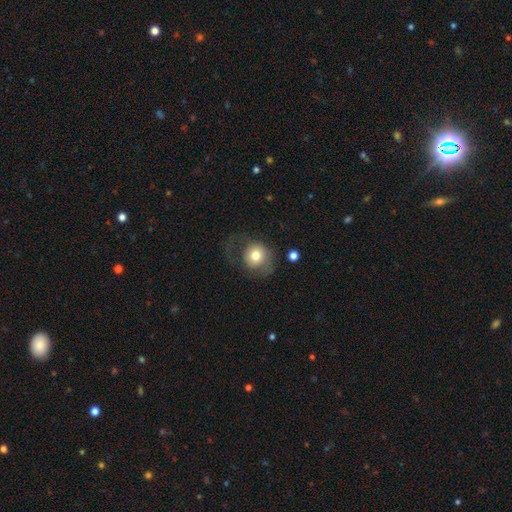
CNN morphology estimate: Overall: smooth (69%). How rounded: round (78%). Merging: none (39%; major disturbance 38%).